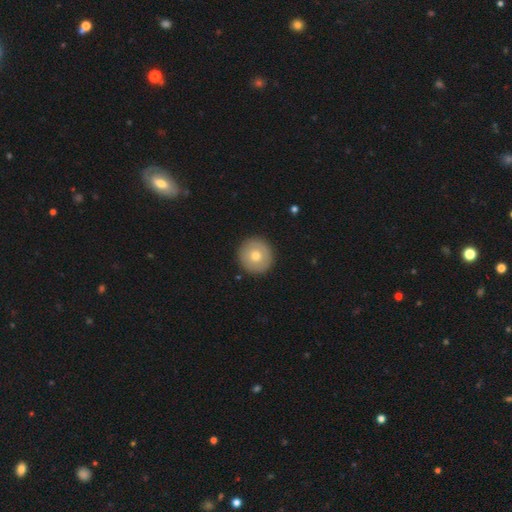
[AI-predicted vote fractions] Q: Smooth or featured?
A: smooth (70%); runner-up: featured or disk (23%)
Q: How rounded?
A: round (96%); runner-up: in between (3%)
Q: Merging?
A: none (92%); runner-up: minor disturbance (5%)